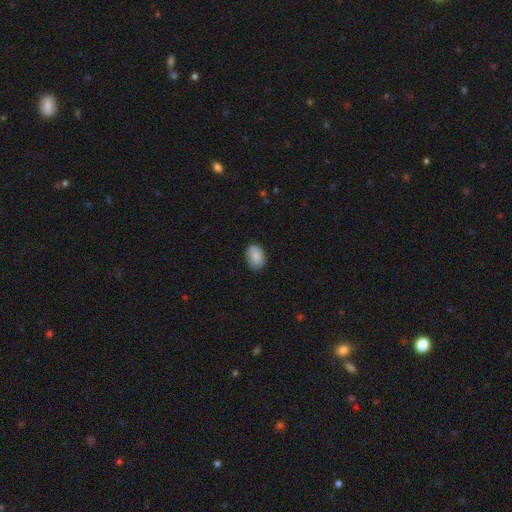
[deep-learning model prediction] Smooth or featured: smooth — 88% (star or artifact — 7%)
How rounded: in between — 85% (round — 14%)
Merging: none — 82% (minor disturbance — 14%)